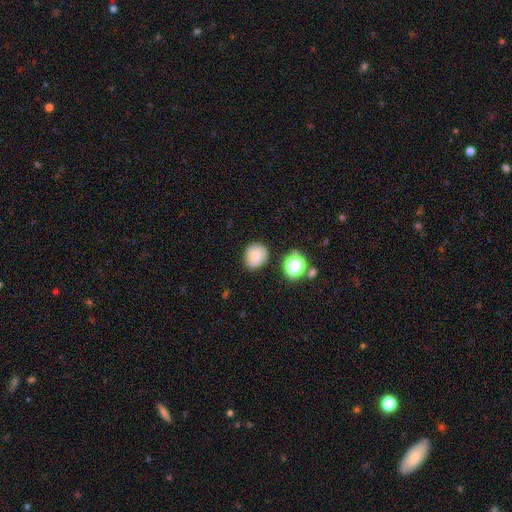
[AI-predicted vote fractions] Overall: smooth (65%). How rounded: round (82%). Merging: none (77%).